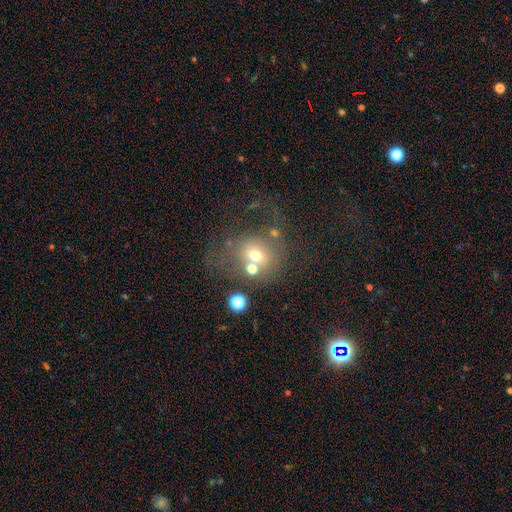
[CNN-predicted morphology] This appears to be a smooth galaxy with no disk features (58%) that is round (77%). Merging: none (46%).